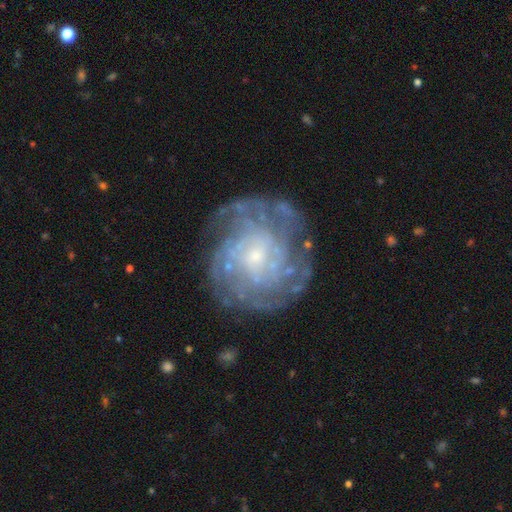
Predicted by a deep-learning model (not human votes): This is likely a featured or disk galaxy (80%). It is clearly not viewed edge-on (98%). Bar: likely no (72%). Spiral arm pattern: clearly yes (83%). Spiral arm count: possibly can't tell (48%). Spiral winding: likely tight (66%). Central bulge: likely small (72%). Merging: likely none (73%).